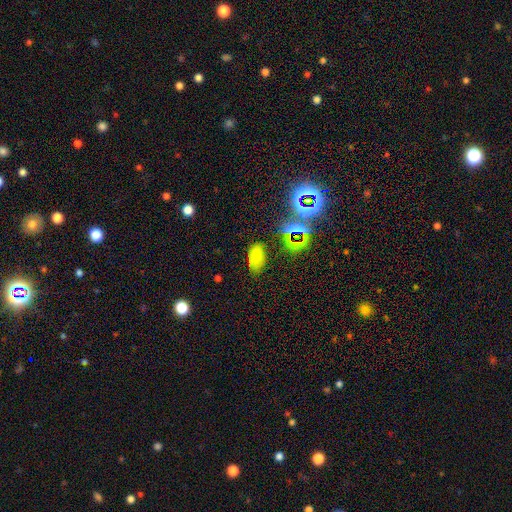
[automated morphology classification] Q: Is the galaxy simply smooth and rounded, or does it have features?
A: smooth — 68%.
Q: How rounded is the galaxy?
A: in between — 92%.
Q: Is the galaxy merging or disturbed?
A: none — 79%.